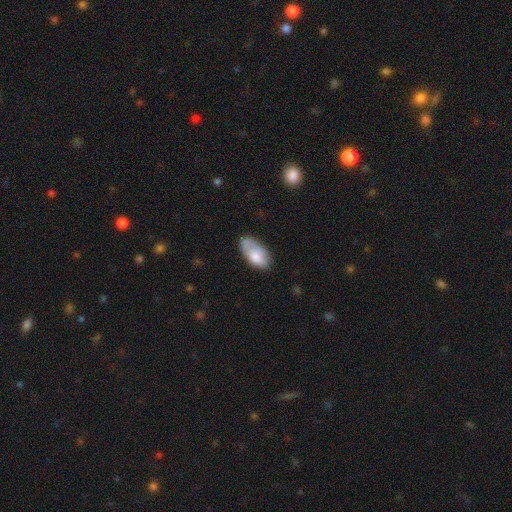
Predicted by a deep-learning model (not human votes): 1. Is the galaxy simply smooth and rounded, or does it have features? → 73% smooth, 20% featured or disk, 7% star or artifact.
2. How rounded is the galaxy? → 94% in between, 3% cigar-shaped, 3% round.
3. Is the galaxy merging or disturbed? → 49% none, 32% minor disturbance, 12% major disturbance, 7% merger.